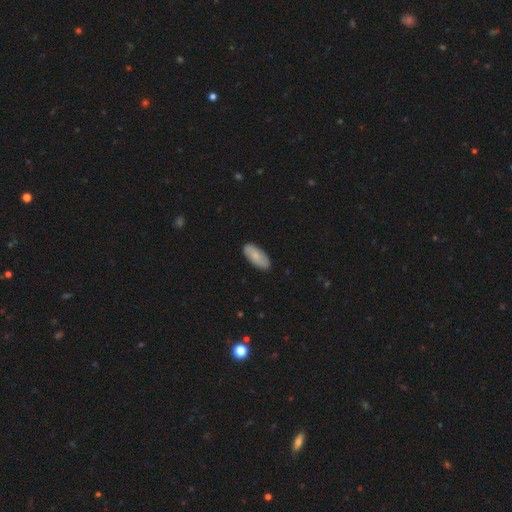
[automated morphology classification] smooth_or_featured: smooth (p=0.74) [alt: featured or disk p=0.21]
how_rounded: in between (p=0.87) [alt: cigar-shaped p=0.11]
merging: none (p=0.86) [alt: minor disturbance p=0.11]